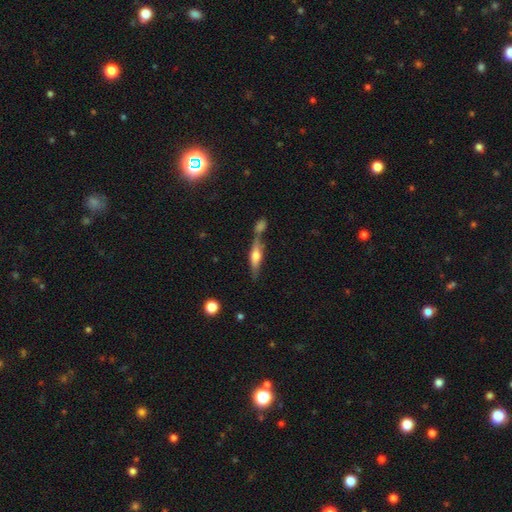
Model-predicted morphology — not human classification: smooth_or_featured: featured or disk (p=0.56) [alt: smooth p=0.37]
disk_edge_on: yes (p=0.92) [alt: no p=0.08]
edge_on_bulge: rounded (p=0.83) [alt: boxy p=0.11]
merging: none (p=0.54) [alt: merger p=0.28]